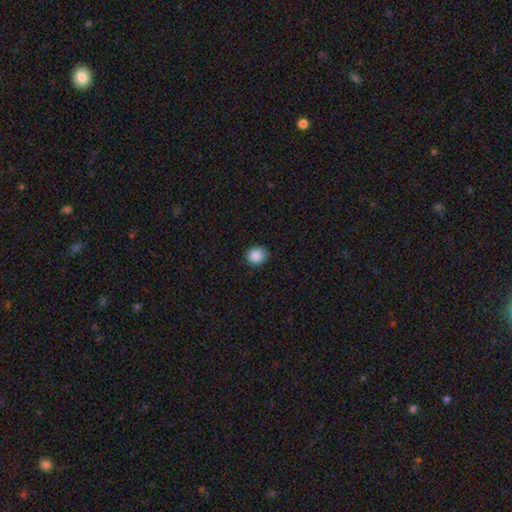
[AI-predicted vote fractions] This is clearly a smooth galaxy (88%). How rounded: likely round (68%). Merging: likely none (79%).